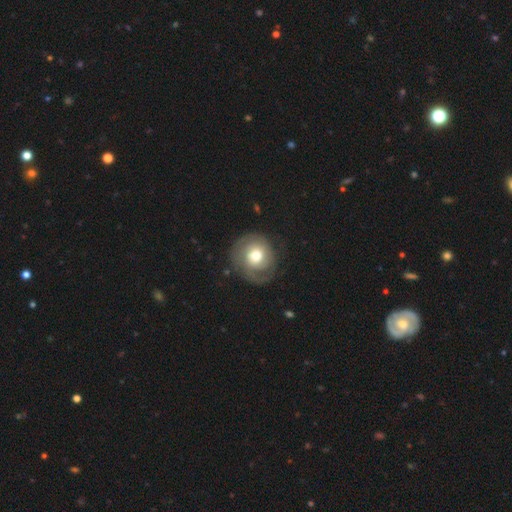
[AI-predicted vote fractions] Smooth or featured: featured or disk — 54% (smooth — 39%)
Edge-on disk: no — 97% (yes — 3%)
Bar: no — 79% (weak — 17%)
Spiral arms: yes — 77% (no — 23%)
Bulge size: moderate — 69% (large — 16%)
Merging: none — 69% (minor disturbance — 18%)